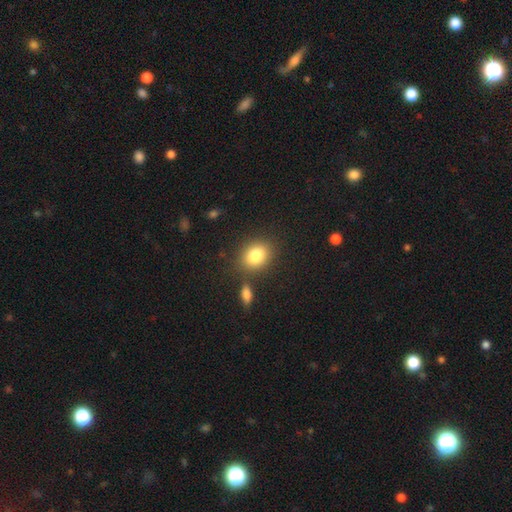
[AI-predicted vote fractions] Overall: smooth (83%). How rounded: in between (56%; round 43%). Merging: none (78%).